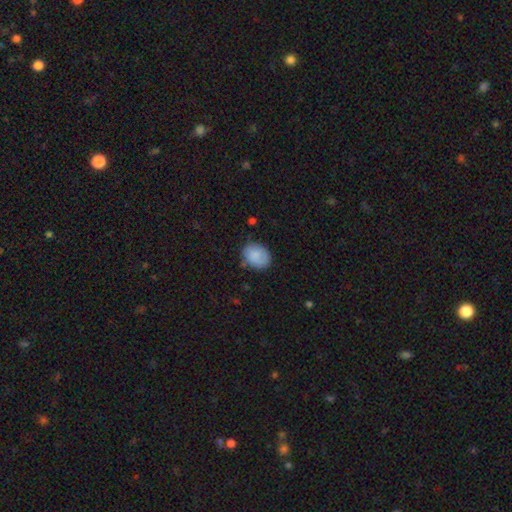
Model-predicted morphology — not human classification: A smooth galaxy with no disk features (85%) that is in between round and cigar-shaped (55%). Merging: none (73%).